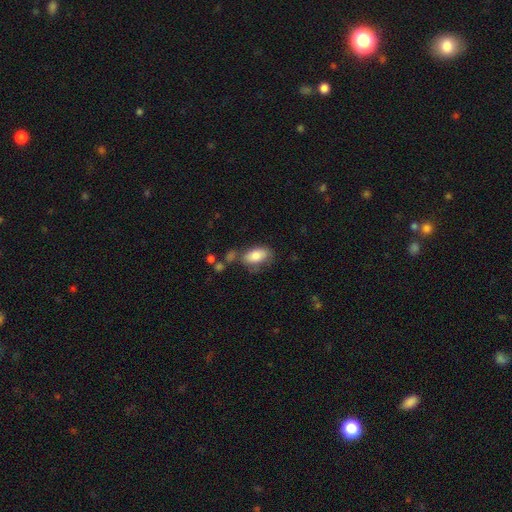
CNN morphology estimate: Q: Smooth or featured?
A: smooth (81%); runner-up: featured or disk (12%)
Q: How rounded?
A: in between (92%); runner-up: round (5%)
Q: Merging?
A: none (54%); runner-up: minor disturbance (24%)